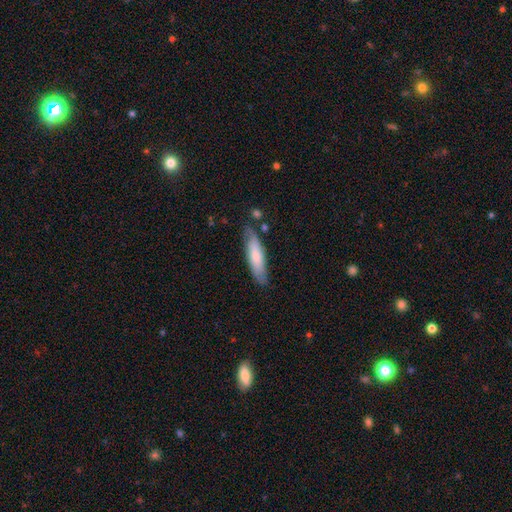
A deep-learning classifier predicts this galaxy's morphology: This is likely a smooth galaxy (71%). How rounded: likely cigar-shaped (70%). Merging: likely none (77%).